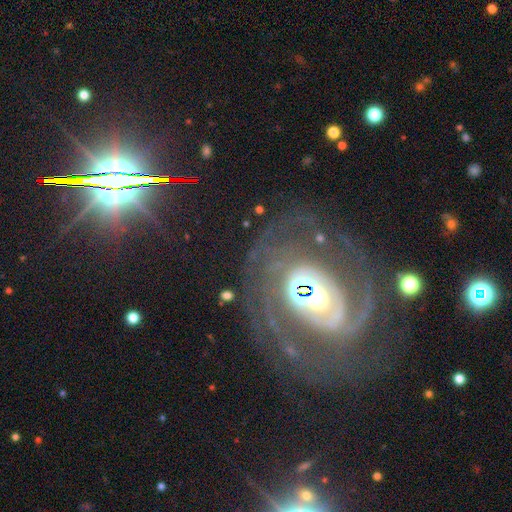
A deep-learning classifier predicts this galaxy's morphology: Q: Smooth or featured?
A: featured or disk (84%); runner-up: star or artifact (10%)
Q: Edge-on disk?
A: no (96%); runner-up: yes (4%)
Q: Bar?
A: no (41%); runner-up: weak (31%)
Q: Spiral arms?
A: yes (88%); runner-up: no (12%)
Q: Spiral winding?
A: tight (57%); runner-up: medium (33%)
Q: Spiral arm count?
A: 2 (45%); runner-up: can't tell (23%)
Q: Bulge size?
A: moderate (56%); runner-up: small (23%)
Q: Merging?
A: none (67%); runner-up: major disturbance (16%)